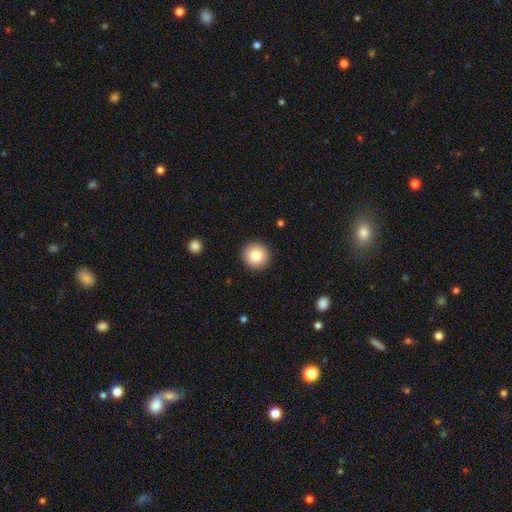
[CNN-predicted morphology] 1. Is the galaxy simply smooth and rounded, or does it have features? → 82% smooth, 9% featured or disk, 9% star or artifact.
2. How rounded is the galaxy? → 95% round, 4% in between, 1% cigar-shaped.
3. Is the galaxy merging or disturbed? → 92% none, 5% minor disturbance, 2% major disturbance, 1% merger.